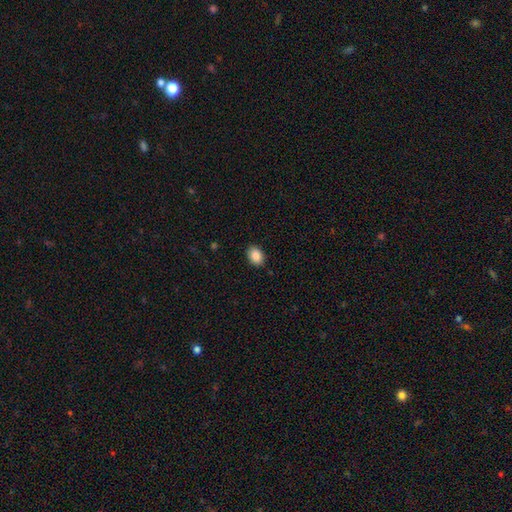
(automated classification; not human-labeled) Smooth or featured? Predicted: smooth (p=0.88). How rounded? Predicted: in between (p=0.72). Merging? Predicted: none (p=0.88).